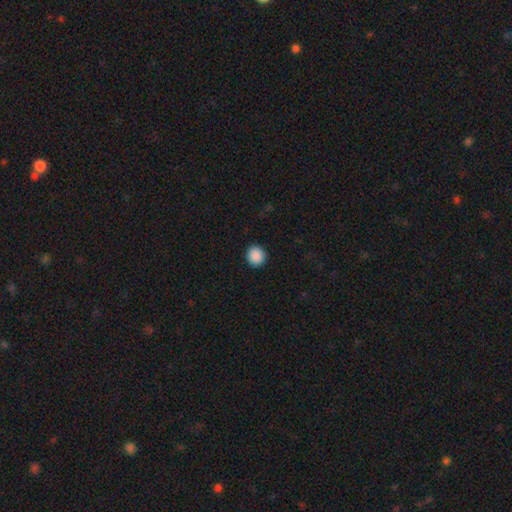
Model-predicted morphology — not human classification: Smooth or featured? smooth (90%)
How rounded? round (91%)
Merging? none (92%)